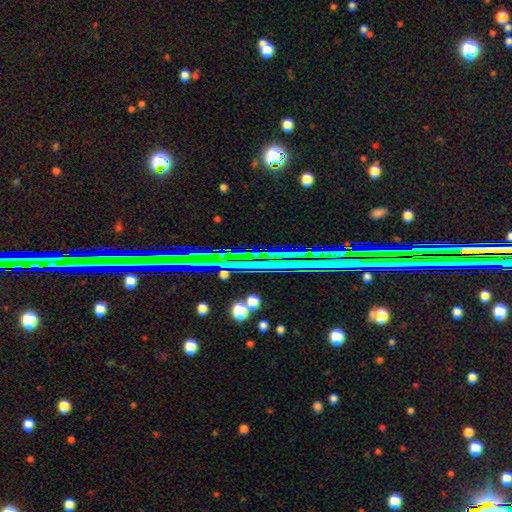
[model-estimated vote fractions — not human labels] Smooth or featured?
  - star or artifact: 73% *
  - featured or disk: 15%
  - smooth: 12%